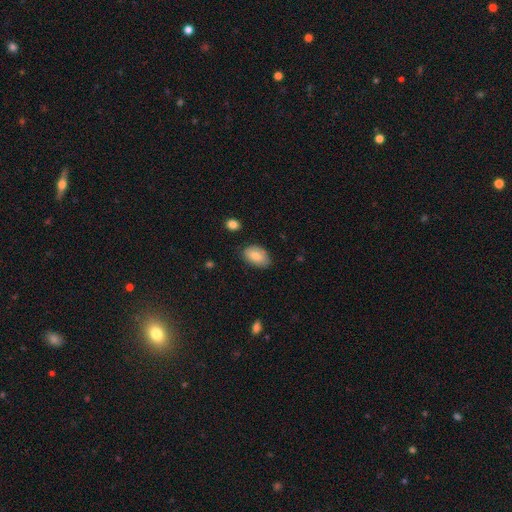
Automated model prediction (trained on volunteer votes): This is clearly a smooth galaxy (82%). How rounded: clearly in between (91%). Merging: likely none (77%).